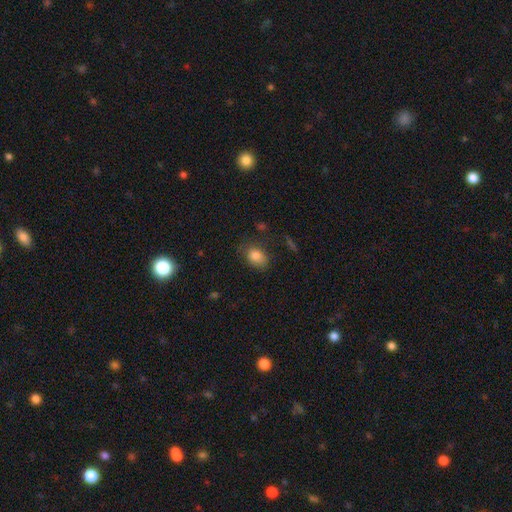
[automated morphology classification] type=smooth (83%); roundness=in between (79%); merging=none (66%).